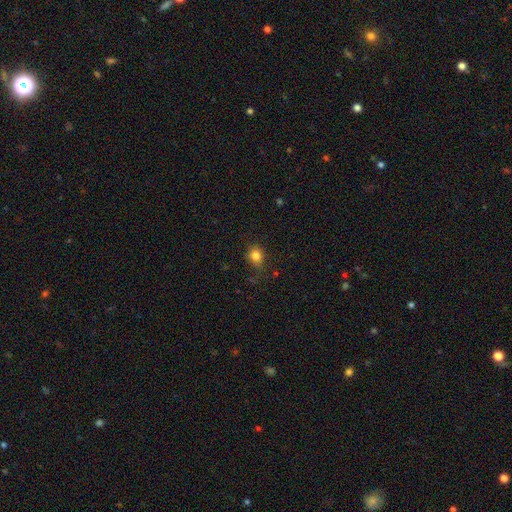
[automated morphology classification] smooth 83%, star or artifact 12%, featured or disk 5%. Down the decision tree: how rounded — round (68%); merging — none (81%).